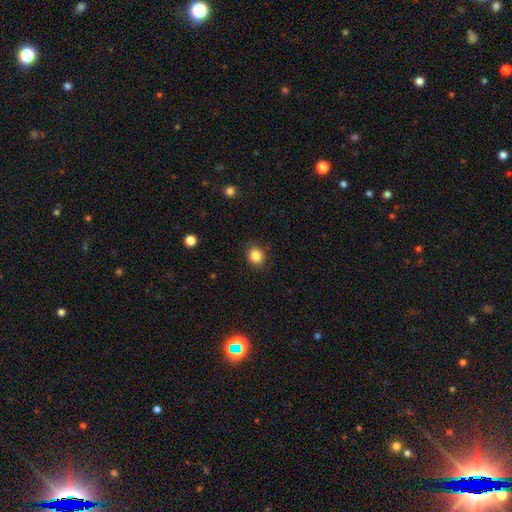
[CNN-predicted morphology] smooth 85%, star or artifact 10%, featured or disk 5%. Down the decision tree: how rounded — round (68%); merging — none (86%).